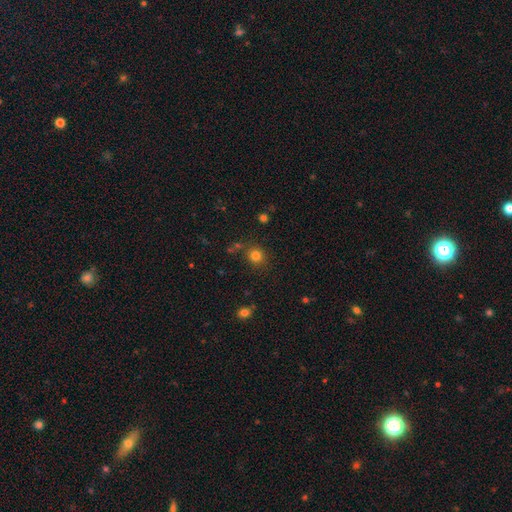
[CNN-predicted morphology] This is clearly a smooth galaxy (80%). How rounded: clearly round (88%). Merging: clearly none (81%).